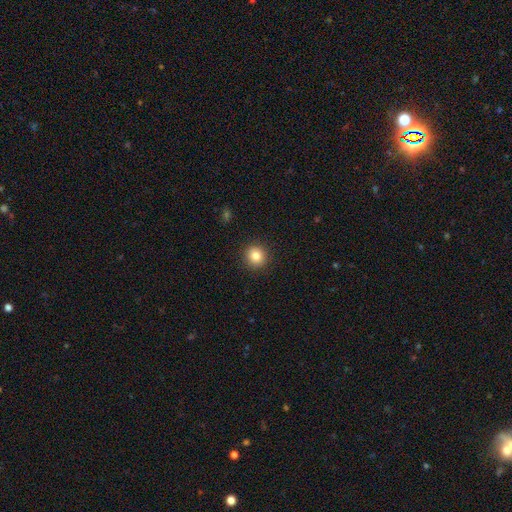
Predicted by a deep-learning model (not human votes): A smooth galaxy with no disk features (84%) that is round (93%). Merging: none (92%).